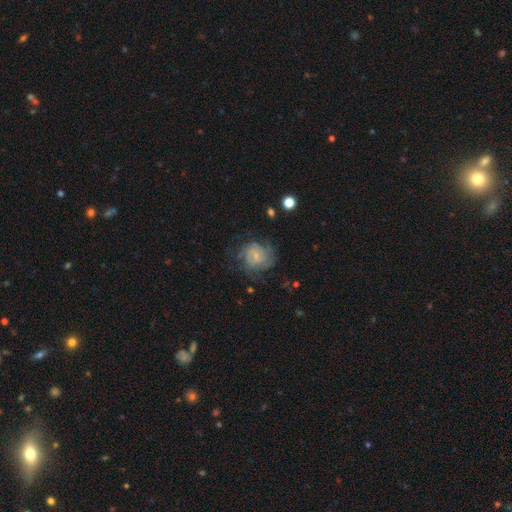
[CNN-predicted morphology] Smooth or featured? featured or disk (70%)
Edge-on disk? no (98%)
Bar? no (59%)
Spiral arms? yes (86%)
Spiral winding? tight (56%)
Spiral arm count? can't tell (45%)
Bulge size? small (69%)
Merging? none (60%)